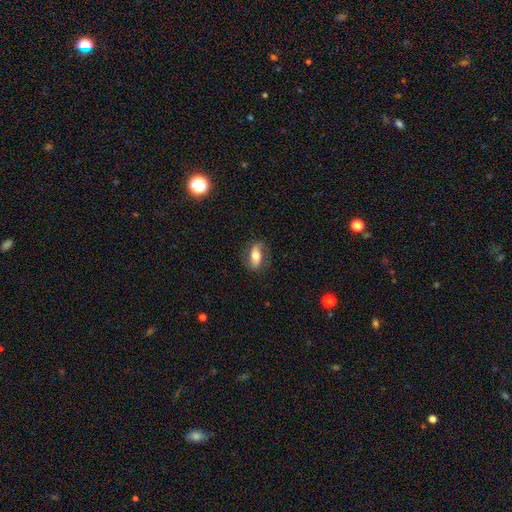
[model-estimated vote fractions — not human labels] Smooth or featured? smooth (49%)
Merging? none (77%)